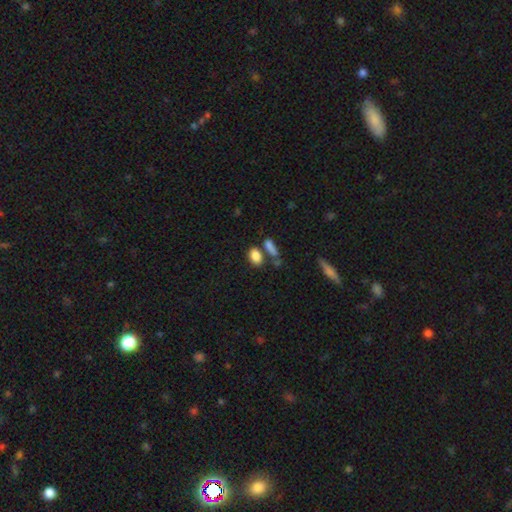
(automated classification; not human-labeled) Overall: smooth (84%). How rounded: in between (85%). Merging: none (59%; merger 24%).